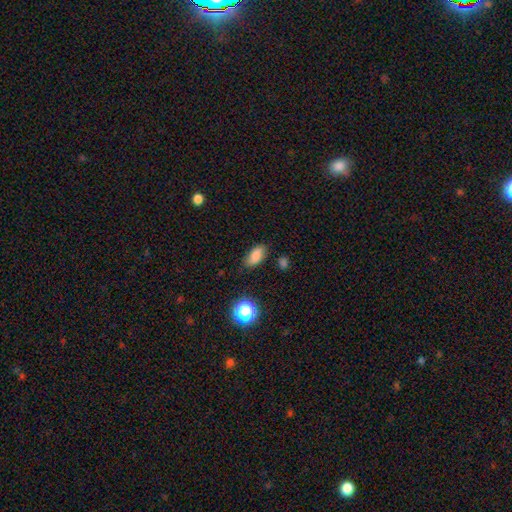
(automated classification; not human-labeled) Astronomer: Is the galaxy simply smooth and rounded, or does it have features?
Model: smooth — 83%.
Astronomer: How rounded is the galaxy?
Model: in between — 89%.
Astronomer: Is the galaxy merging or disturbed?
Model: none — 78%.